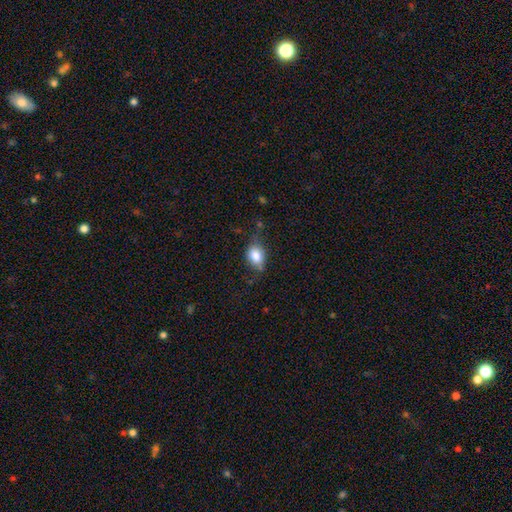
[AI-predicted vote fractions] Q: Smooth or featured?
A: smooth (80%); runner-up: featured or disk (11%)
Q: How rounded?
A: in between (69%); runner-up: round (29%)
Q: Merging?
A: none (58%); runner-up: minor disturbance (30%)